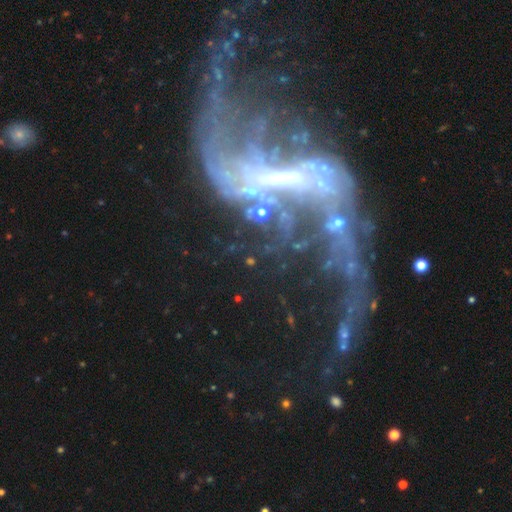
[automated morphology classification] Smooth or featured? Predicted: featured or disk (p=0.86). Edge-on disk? Predicted: no (p=0.96). Bar? Predicted: strong (p=0.41). Spiral arms? Predicted: yes (p=0.88). Spiral winding? Predicted: loose (p=0.86). Spiral arm count? Predicted: 2 (p=0.77). Bulge size? Predicted: small (p=0.48). Merging? Predicted: major disturbance (p=0.42).